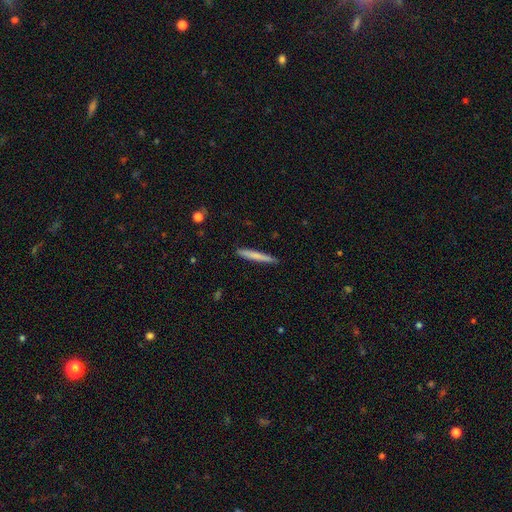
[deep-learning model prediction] This appears to be a smooth galaxy with no disk features (72%) that is cigar-shaped (96%). Merging: none (88%).